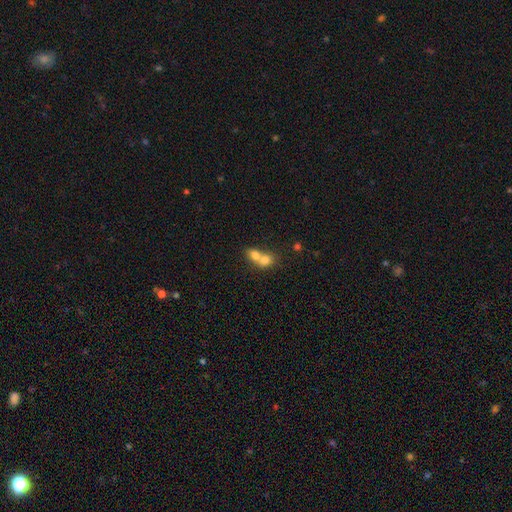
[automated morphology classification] Smooth or featured? Predicted: smooth (p=0.73). How rounded? Predicted: round (p=0.56). Merging? Predicted: merger (p=0.74).